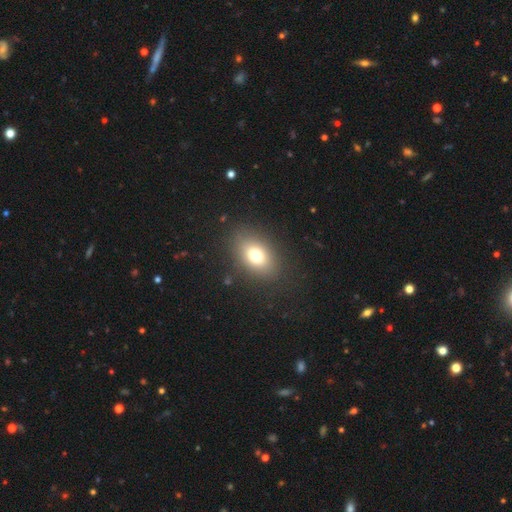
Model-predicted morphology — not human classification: Smooth or featured: smooth — 73% (featured or disk — 15%)
How rounded: in between — 76% (round — 23%)
Merging: none — 85% (minor disturbance — 10%)